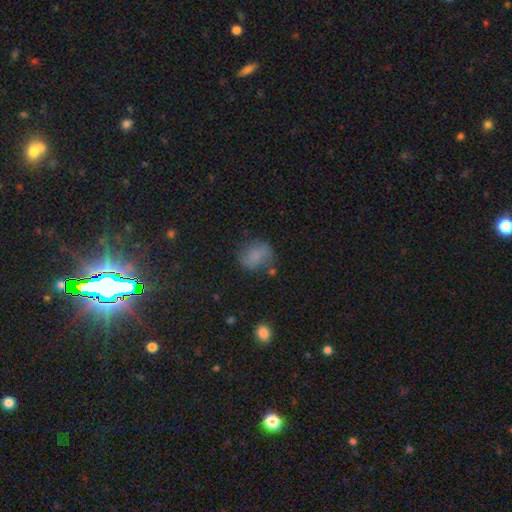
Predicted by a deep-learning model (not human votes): The model was most divided on "how rounded": in between: 51%, round: 48%, cigar-shaped: 1%. More confident: smooth or featured — smooth (72%); merging — none (61%).